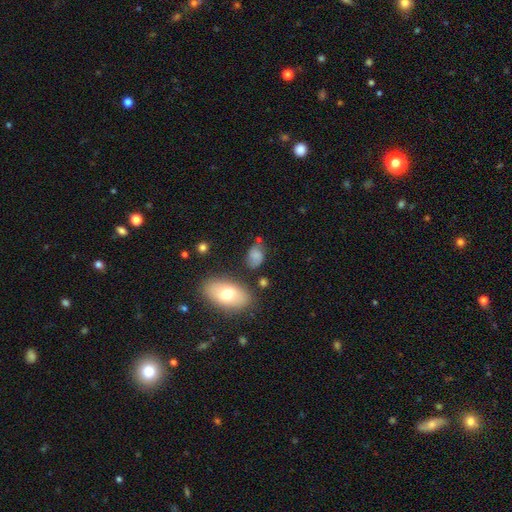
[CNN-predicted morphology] Smooth or featured?
  - smooth: 72% *
  - featured or disk: 17%
  - star or artifact: 11%
How rounded?
  - in between: 84% *
  - round: 14%
  - cigar-shaped: 2%
Merging?
  - none: 61% *
  - minor disturbance: 24%
  - major disturbance: 8%
  - merger: 7%